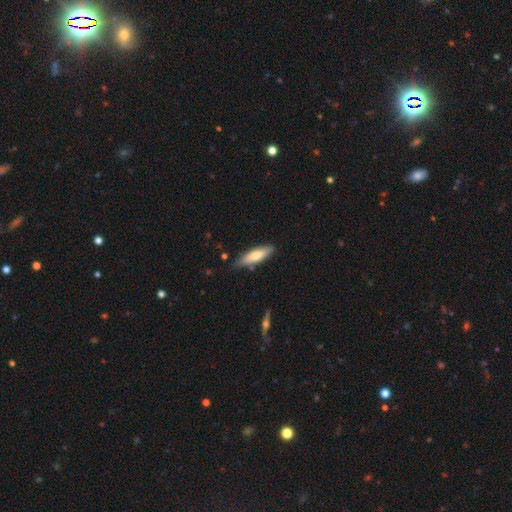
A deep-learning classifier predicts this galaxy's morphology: This appears to be a smooth galaxy with no disk features (70%) that is cigar-shaped (59%). Merging: none (77%).